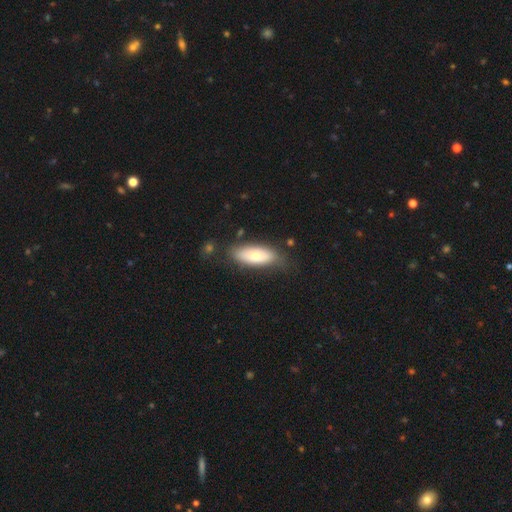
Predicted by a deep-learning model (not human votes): This appears to be a smooth galaxy with no disk features (71%) that is in between round and cigar-shaped (75%). Merging: none (74%).